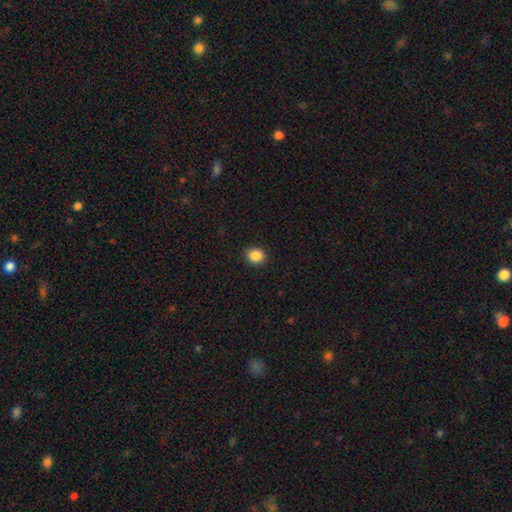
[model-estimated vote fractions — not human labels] Q: Smooth or featured?
A: smooth (87%); runner-up: star or artifact (10%)
Q: How rounded?
A: round (76%); runner-up: in between (23%)
Q: Merging?
A: none (90%); runner-up: minor disturbance (7%)